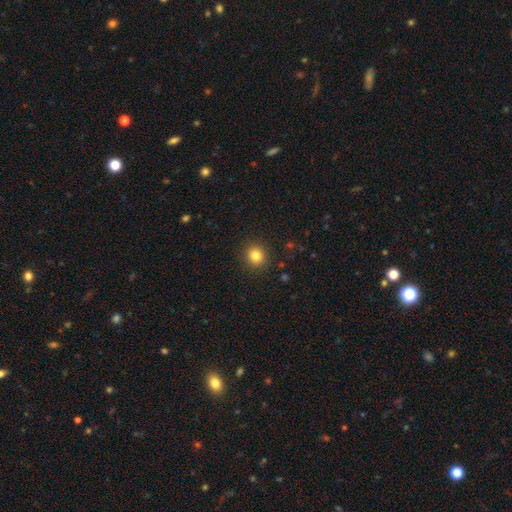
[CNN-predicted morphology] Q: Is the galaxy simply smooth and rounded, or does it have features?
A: smooth — 82%.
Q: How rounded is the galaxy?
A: round — 86%.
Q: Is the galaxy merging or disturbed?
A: none — 90%.